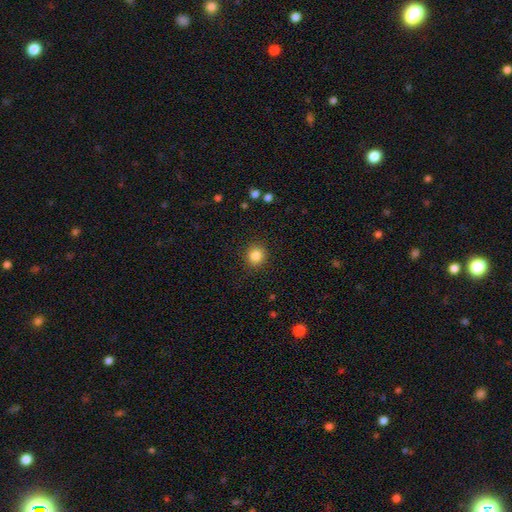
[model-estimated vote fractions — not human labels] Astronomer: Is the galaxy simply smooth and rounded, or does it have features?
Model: smooth — 85%.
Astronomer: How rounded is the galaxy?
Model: round — 90%.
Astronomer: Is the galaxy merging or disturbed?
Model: none — 90%.